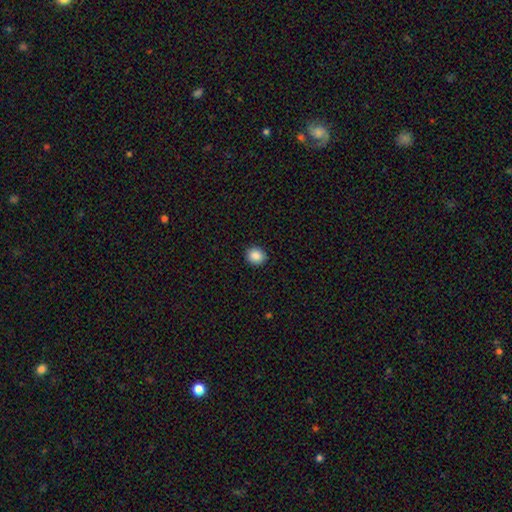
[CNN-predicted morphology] This appears to be a smooth galaxy with no disk features (88%) that is round (77%). Merging: none (91%).